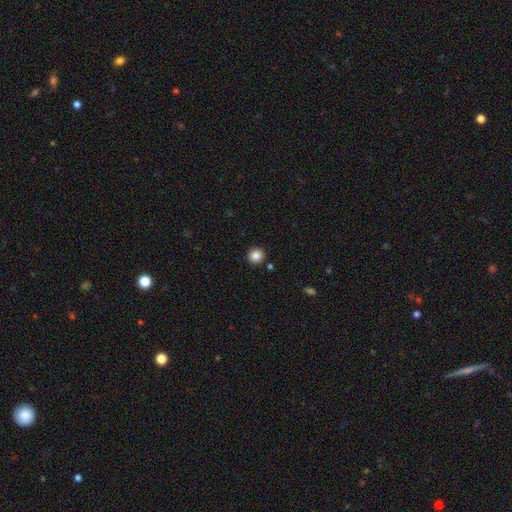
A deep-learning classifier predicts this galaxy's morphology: Smooth or featured?
  - smooth: 85% *
  - star or artifact: 10%
  - featured or disk: 4%
How rounded?
  - round: 93% *
  - in between: 6%
  - cigar-shaped: 1%
Merging?
  - none: 91% *
  - minor disturbance: 5%
  - merger: 2%
  - major disturbance: 2%